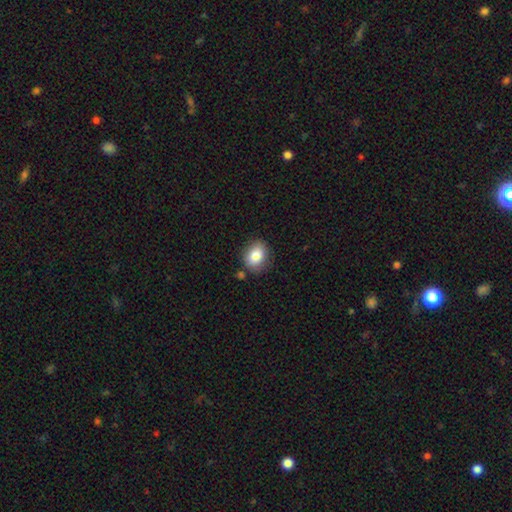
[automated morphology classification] Smooth or featured: smooth — 82% (featured or disk — 9%)
How rounded: in between — 53% (round — 46%)
Merging: none — 77% (minor disturbance — 14%)